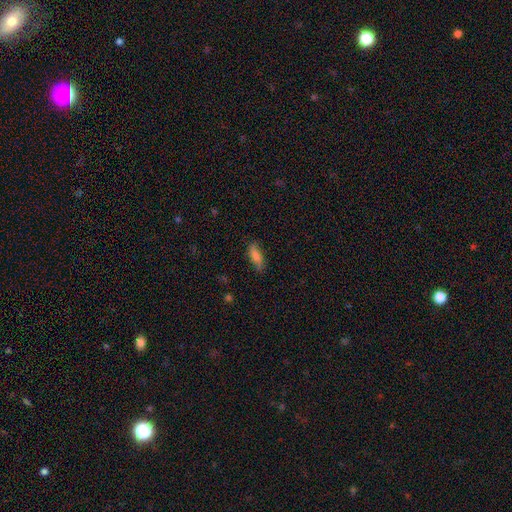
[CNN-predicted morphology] A smooth galaxy with no disk features (72%) that is in between round and cigar-shaped (57%). Merging: none (78%).